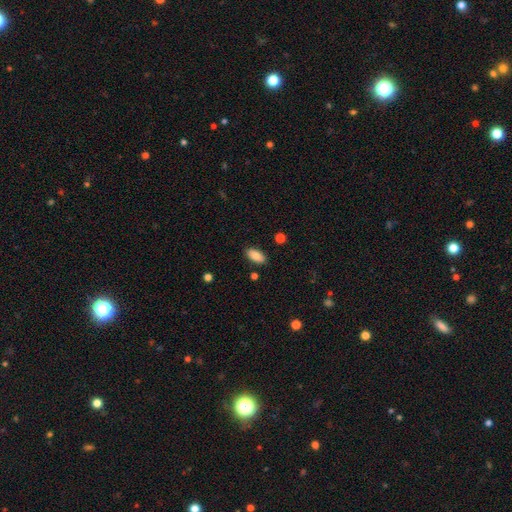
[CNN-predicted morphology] Q: Smooth or featured?
A: smooth (86%); runner-up: star or artifact (7%)
Q: How rounded?
A: in between (92%); runner-up: cigar-shaped (6%)
Q: Merging?
A: none (87%); runner-up: minor disturbance (9%)